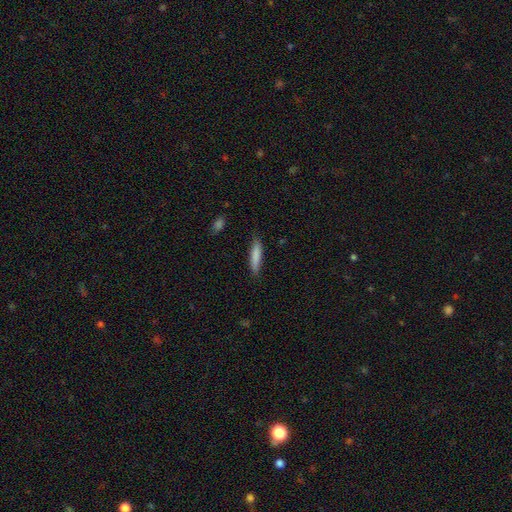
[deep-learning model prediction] Smooth or featured? Predicted: smooth (p=0.83). How rounded? Predicted: cigar-shaped (p=0.84). Merging? Predicted: none (p=0.83).